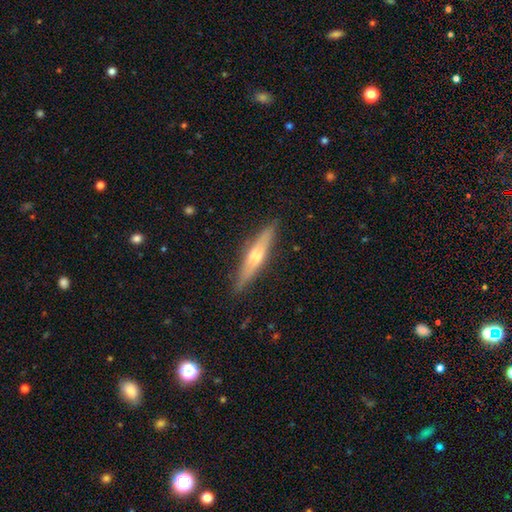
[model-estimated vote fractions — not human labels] Q: Smooth or featured?
A: featured or disk (57%); runner-up: smooth (37%)
Q: Edge-on disk?
A: yes (95%); runner-up: no (5%)
Q: Edge-on bulge?
A: rounded (76%); runner-up: none (13%)
Q: Merging?
A: none (87%); runner-up: minor disturbance (10%)